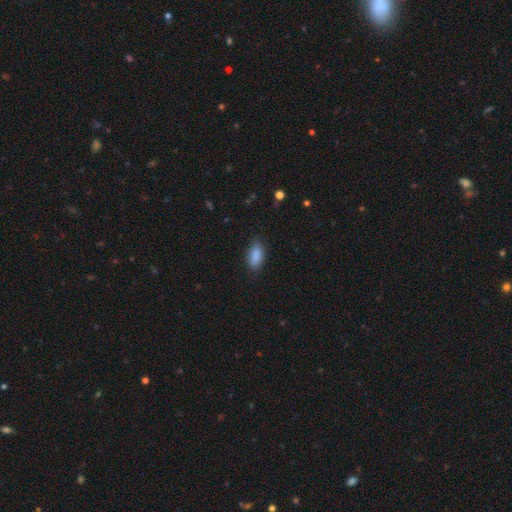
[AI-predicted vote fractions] Smooth or featured? Predicted: smooth (p=0.89). How rounded? Predicted: in between (p=0.87). Merging? Predicted: none (p=0.83).